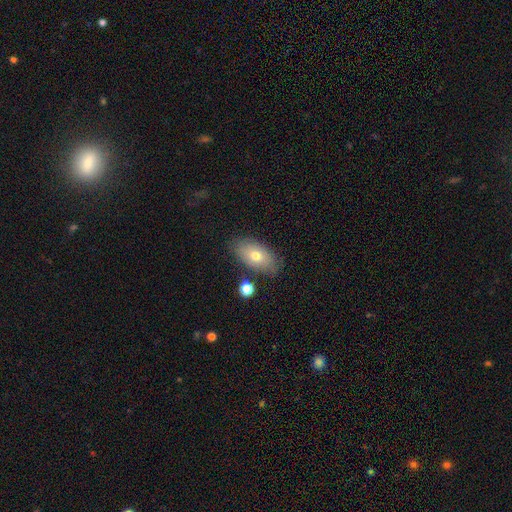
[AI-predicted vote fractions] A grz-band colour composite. It shows a smooth galaxy with no disk features (71%) that is in between round and cigar-shaped (91%). Merging: none (78%).